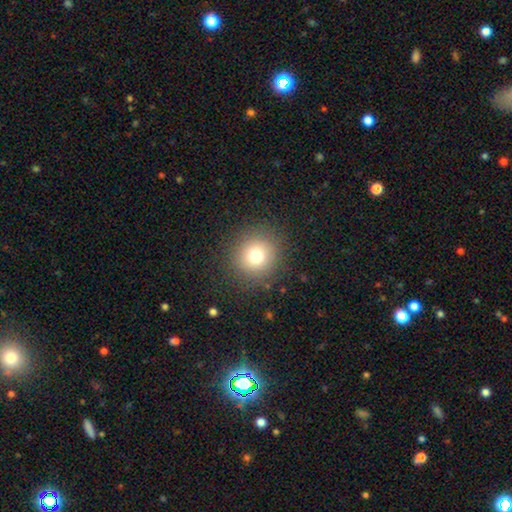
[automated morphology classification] A smooth galaxy with no disk features (75%) that is round (92%).

Vote fractions:
- Smooth or featured? smooth: 75% / star or artifact: 15% / featured or disk: 11%
- How rounded? round: 92% / in between: 7% / cigar-shaped: 1%
- Merging? none: 88% / minor disturbance: 7% / major disturbance: 4% / merger: 1%